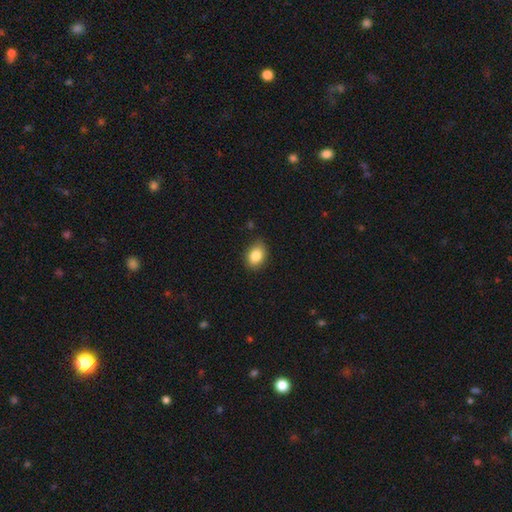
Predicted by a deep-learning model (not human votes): Smooth or featured?
  - smooth: 85% *
  - star or artifact: 9%
  - featured or disk: 6%
How rounded?
  - in between: 73% *
  - round: 26%
  - cigar-shaped: 1%
Merging?
  - none: 82% *
  - minor disturbance: 14%
  - major disturbance: 2%
  - merger: 1%